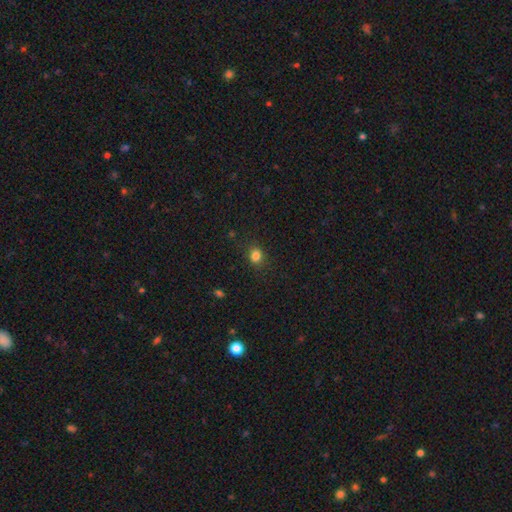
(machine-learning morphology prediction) Smooth or featured? Predicted: smooth (p=0.82). How rounded? Predicted: round (p=0.64). Merging? Predicted: none (p=0.84).